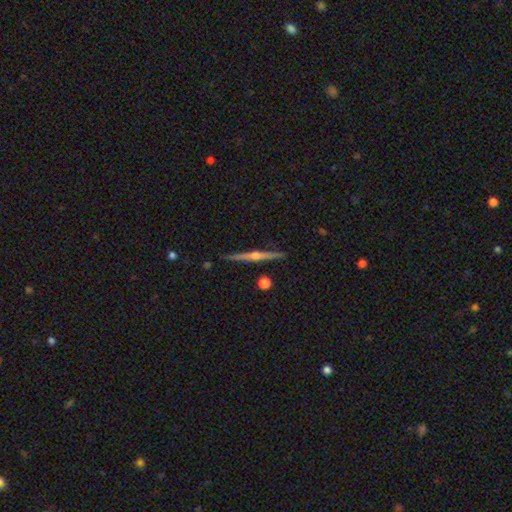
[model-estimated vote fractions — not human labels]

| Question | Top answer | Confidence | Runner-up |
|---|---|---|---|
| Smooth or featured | featured or disk | 83% | smooth (11%) |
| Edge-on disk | yes | 99% | no (1%) |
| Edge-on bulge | rounded | 92% | none (4%) |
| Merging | none | 92% | minor disturbance (6%) |